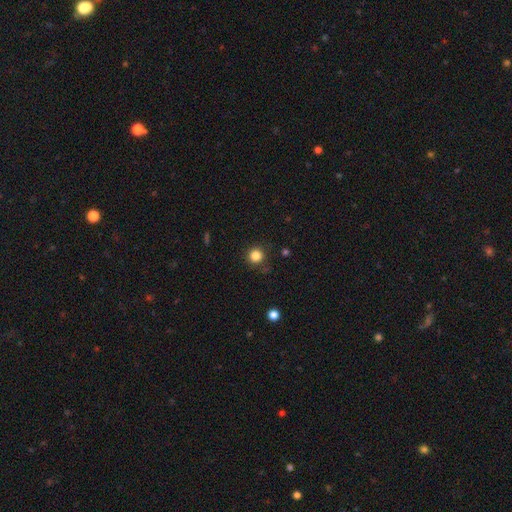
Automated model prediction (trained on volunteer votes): This is clearly a smooth galaxy (84%). How rounded: clearly round (94%). Merging: clearly none (87%).